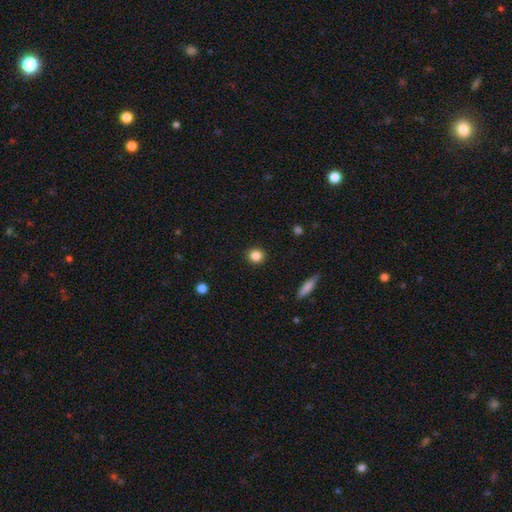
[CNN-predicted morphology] smooth_or_featured: smooth (p=0.84) [alt: star or artifact p=0.11]
how_rounded: round (p=0.91) [alt: in between p=0.08]
merging: none (p=0.92) [alt: minor disturbance p=0.06]